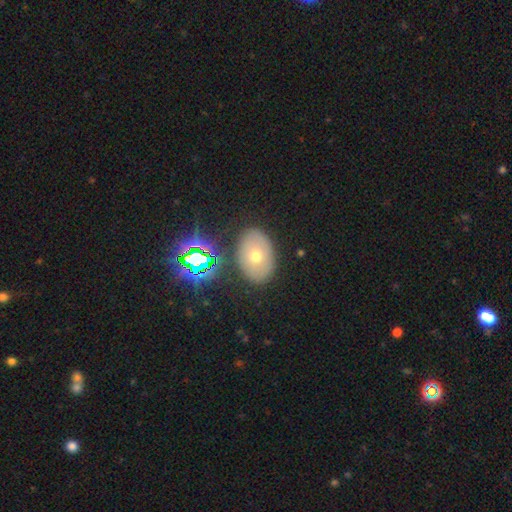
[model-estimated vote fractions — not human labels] This appears to be a smooth galaxy with no disk features (59%) that is in between round and cigar-shaped (80%). Merging: none (84%).